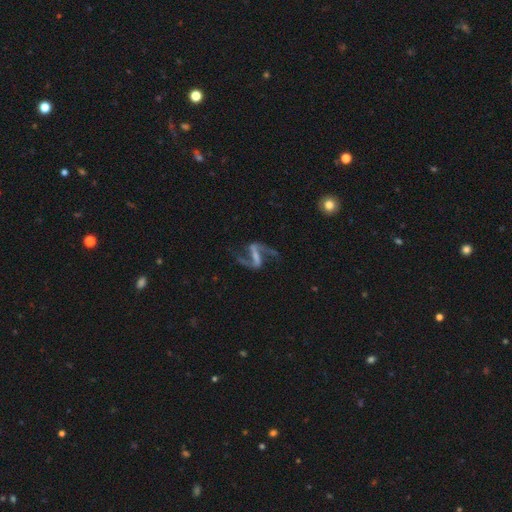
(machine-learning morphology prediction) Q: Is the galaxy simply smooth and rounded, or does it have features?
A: featured or disk — 89%.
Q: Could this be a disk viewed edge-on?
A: no — 96%.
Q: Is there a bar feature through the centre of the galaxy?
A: strong — 68%.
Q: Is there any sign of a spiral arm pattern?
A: yes — 95%.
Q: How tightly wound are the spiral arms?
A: loose — 67%.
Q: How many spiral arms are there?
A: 2 — 93%.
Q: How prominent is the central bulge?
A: none — 47%.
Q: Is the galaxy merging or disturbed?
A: none — 74%.